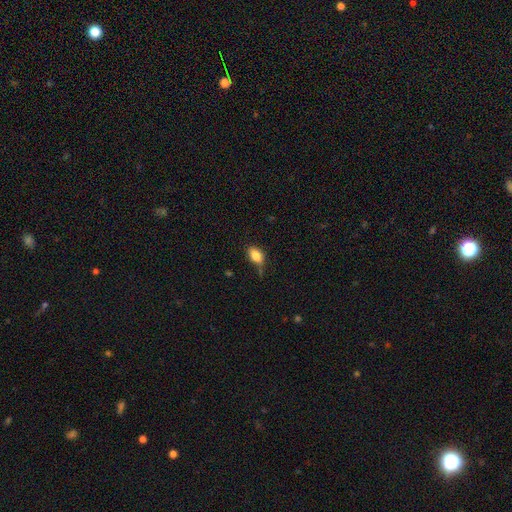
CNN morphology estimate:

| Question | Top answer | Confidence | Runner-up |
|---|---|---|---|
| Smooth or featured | smooth | 84% | star or artifact (8%) |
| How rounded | in between | 85% | round (12%) |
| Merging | none | 57% | minor disturbance (31%) |